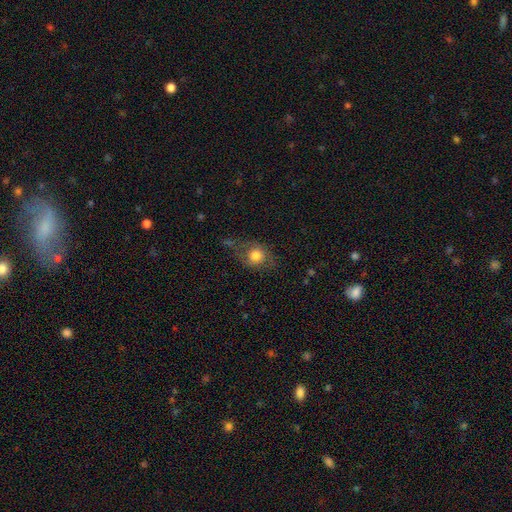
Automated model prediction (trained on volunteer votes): This appears to be a smooth galaxy with no disk features (72%) that is round (66%). Merging: none (49%).